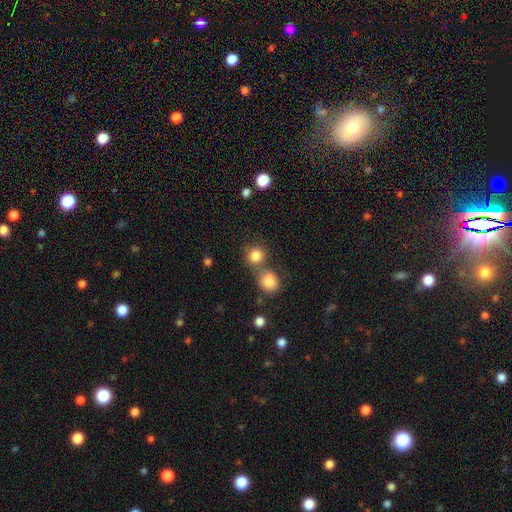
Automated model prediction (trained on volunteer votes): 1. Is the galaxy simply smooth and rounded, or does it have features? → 83% smooth, 11% star or artifact, 6% featured or disk.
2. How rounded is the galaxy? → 86% round, 13% in between, 1% cigar-shaped.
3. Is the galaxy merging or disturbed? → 55% none, 33% merger, 8% minor disturbance, 4% major disturbance.